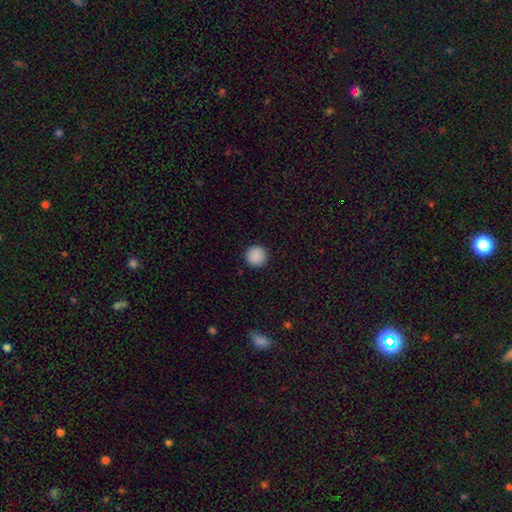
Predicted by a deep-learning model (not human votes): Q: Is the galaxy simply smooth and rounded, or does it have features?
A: smooth — 89%.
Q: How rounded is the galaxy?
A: round — 96%.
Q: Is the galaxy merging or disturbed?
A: none — 92%.